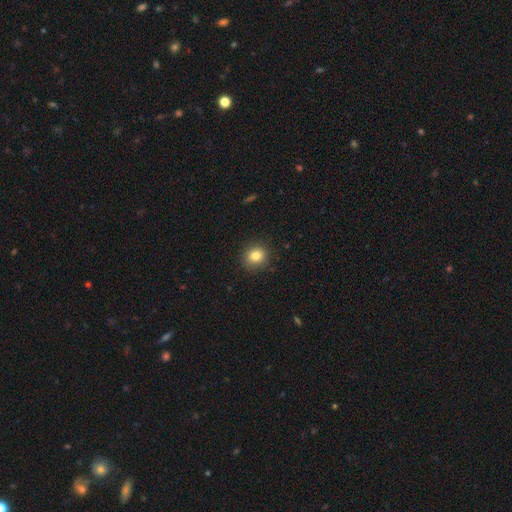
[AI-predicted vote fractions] Overall: smooth (82%). How rounded: round (82%). Merging: none (89%).